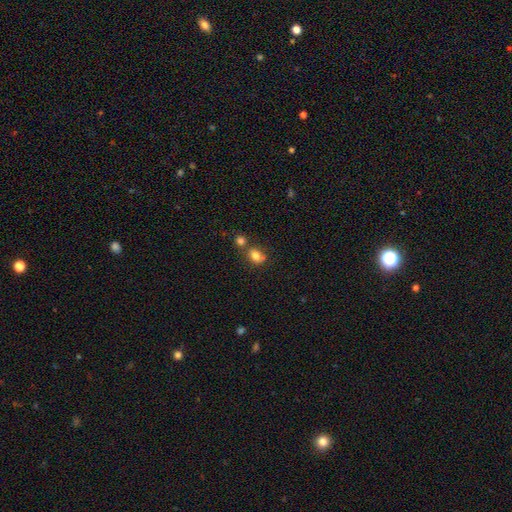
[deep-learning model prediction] Smooth or featured? smooth (80%)
How rounded? in between (50%)
Merging? none (47%)